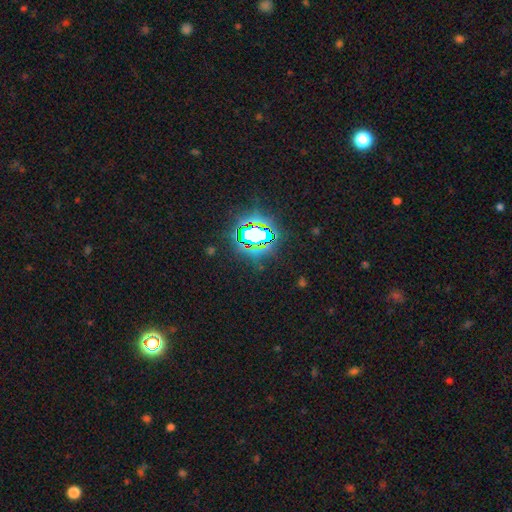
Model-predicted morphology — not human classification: Smooth or featured? Predicted: star or artifact (p=0.82).